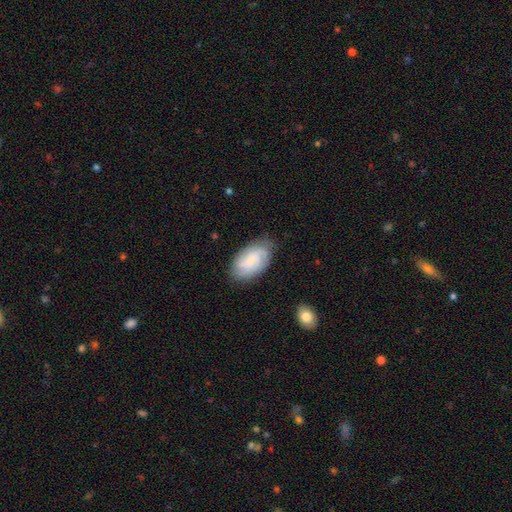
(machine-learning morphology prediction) smooth 47%, featured or disk 45%, star or artifact 8%. Down the decision tree: merging — none (76%).